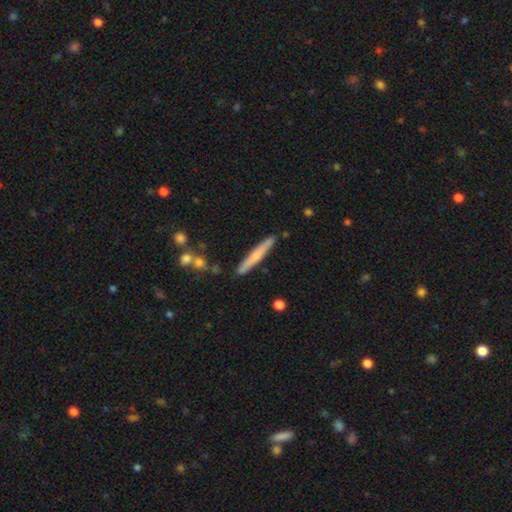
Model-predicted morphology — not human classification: Smooth or featured?
  - smooth: 55% *
  - featured or disk: 39%
  - star or artifact: 6%
How rounded?
  - cigar-shaped: 95% *
  - in between: 4%
  - round: 1%
Merging?
  - none: 88% *
  - minor disturbance: 8%
  - merger: 2%
  - major disturbance: 2%